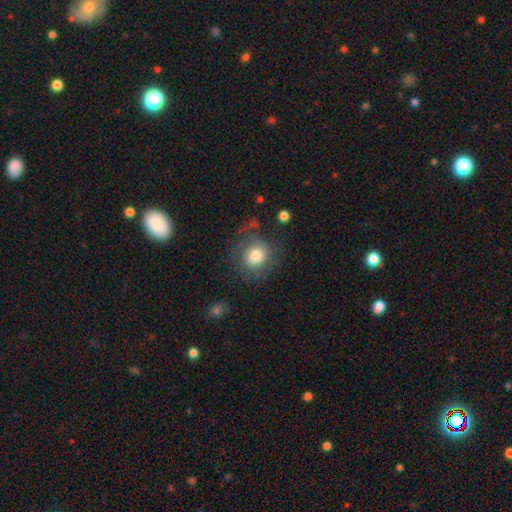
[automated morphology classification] Overall: smooth (70%). How rounded: round (78%). Merging: none (64%).